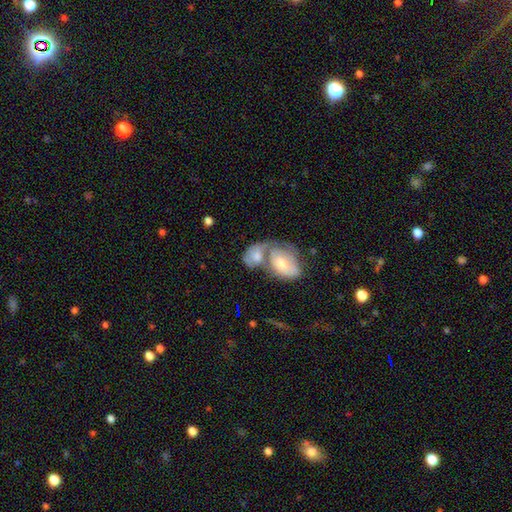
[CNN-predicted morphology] Smooth or featured? Predicted: smooth (p=0.56). How rounded? Predicted: in between (p=0.78). Merging? Predicted: merger (p=0.70).